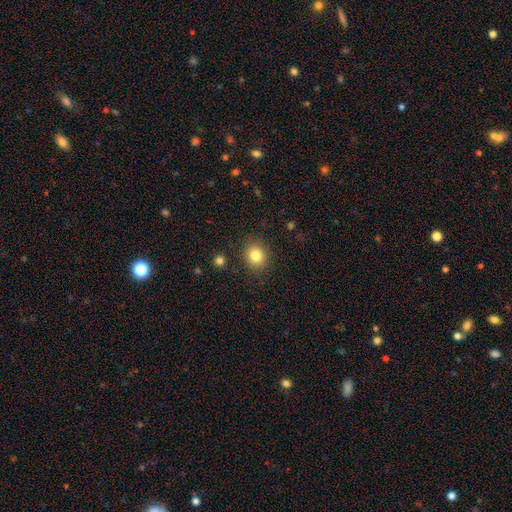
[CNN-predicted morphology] This appears to be a smooth galaxy with no disk features (82%) that is round (77%). Merging: none (87%).